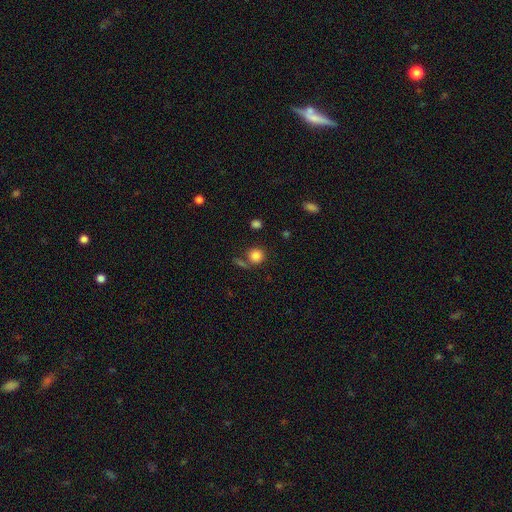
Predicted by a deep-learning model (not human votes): The model was most divided on "merging": none: 70%, merger: 14%, minor disturbance: 11%, major disturbance: 5%. More confident: how rounded — round (88%); smooth or featured — smooth (84%).